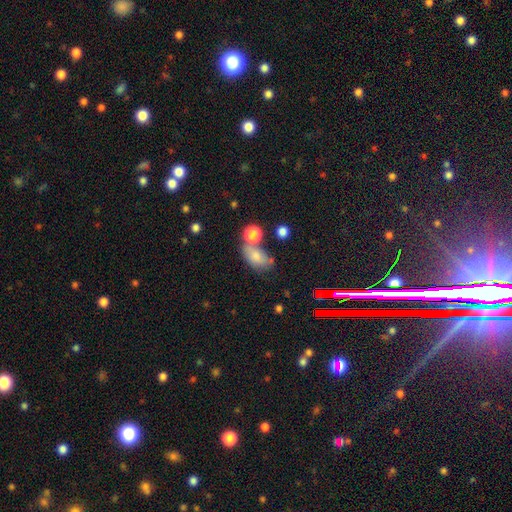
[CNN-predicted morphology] Smooth or featured: smooth — 75% (featured or disk — 14%)
How rounded: in between — 85% (round — 12%)
Merging: none — 43% (merger — 27%)